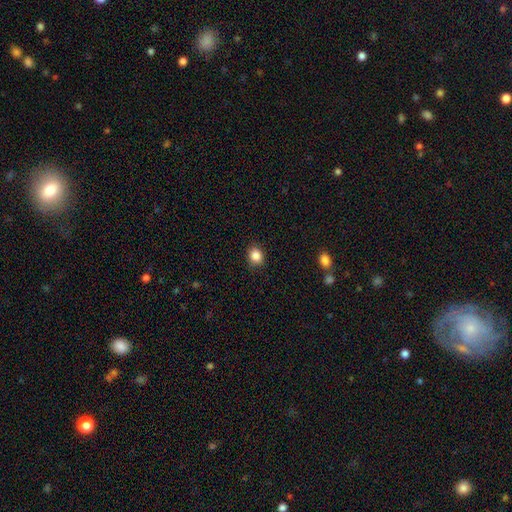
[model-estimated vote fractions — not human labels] This appears to be a smooth galaxy with no disk features (86%) that is round (61%). Merging: none (87%).